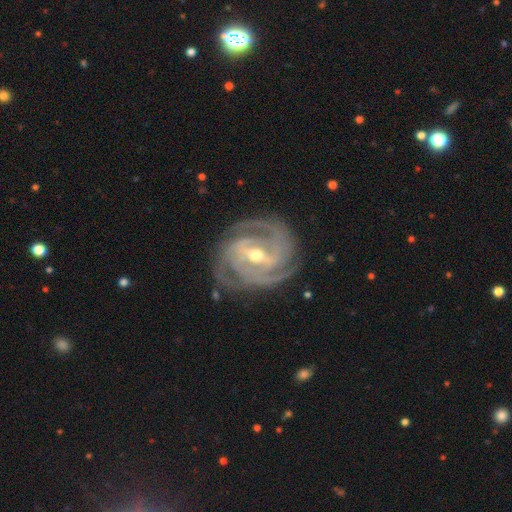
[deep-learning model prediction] Smooth or featured? Predicted: featured or disk (p=0.93). Edge-on disk? Predicted: no (p=0.97). Bar? Predicted: strong (p=0.48). Spiral arms? Predicted: yes (p=0.98). Spiral winding? Predicted: tight (p=0.69). Spiral arm count? Predicted: 3 (p=0.46). Bulge size? Predicted: moderate (p=0.59). Merging? Predicted: none (p=0.80).